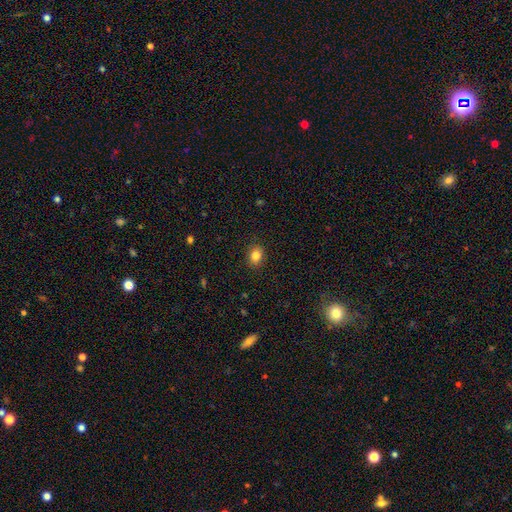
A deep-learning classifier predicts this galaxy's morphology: This is clearly a smooth galaxy (85%). How rounded: possibly in between (50%). Merging: clearly none (89%).